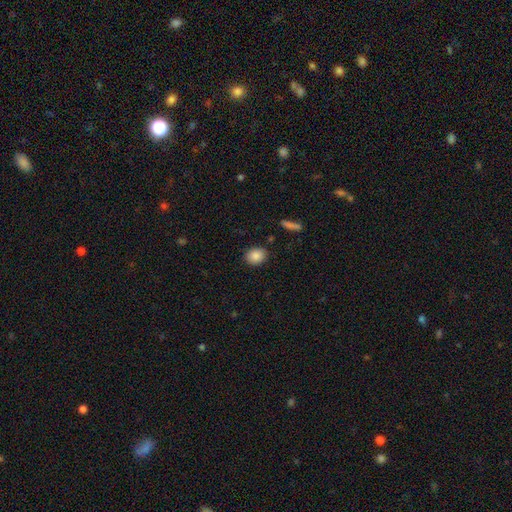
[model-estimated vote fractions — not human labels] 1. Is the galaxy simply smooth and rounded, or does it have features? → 87% smooth, 8% star or artifact, 6% featured or disk.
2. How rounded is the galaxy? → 51% in between, 48% round, 1% cigar-shaped.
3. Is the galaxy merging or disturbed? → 87% none, 9% minor disturbance, 2% major disturbance, 2% merger.